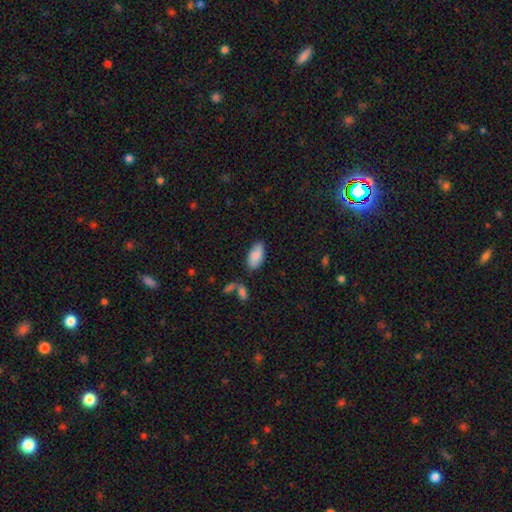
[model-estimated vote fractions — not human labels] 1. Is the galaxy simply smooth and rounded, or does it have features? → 85% smooth, 9% featured or disk, 6% star or artifact.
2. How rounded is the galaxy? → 93% in between, 5% cigar-shaped, 2% round.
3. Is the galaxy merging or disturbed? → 78% none, 15% minor disturbance, 4% merger, 3% major disturbance.